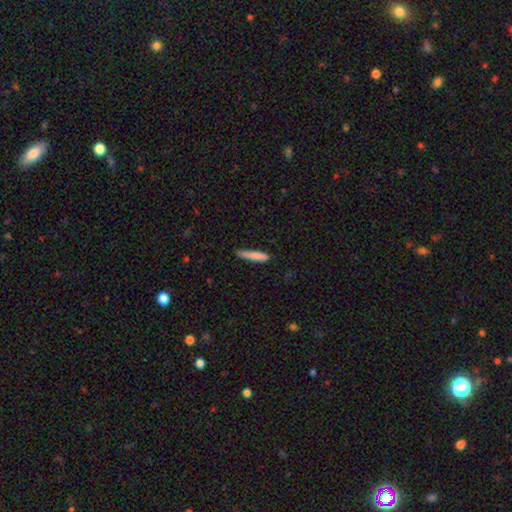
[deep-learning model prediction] This is clearly a smooth galaxy (82%). How rounded: clearly cigar-shaped (90%). Merging: likely none (75%).